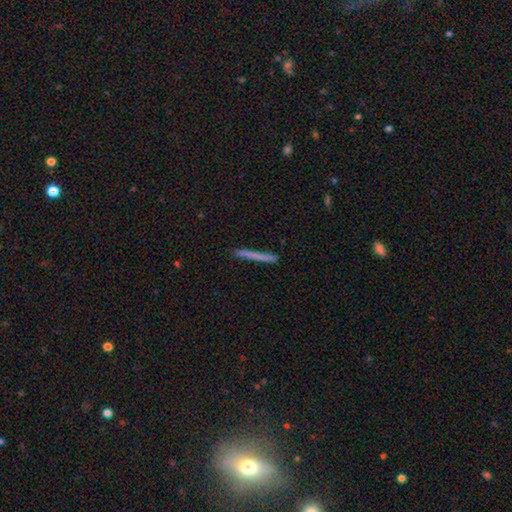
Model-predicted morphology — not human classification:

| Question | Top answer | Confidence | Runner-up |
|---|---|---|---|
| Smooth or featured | smooth | 65% | featured or disk (28%) |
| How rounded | cigar-shaped | 97% | in between (2%) |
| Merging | none | 90% | minor disturbance (7%) |